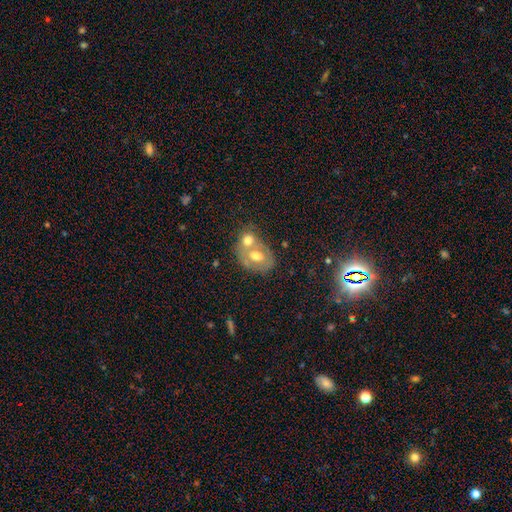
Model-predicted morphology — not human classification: The model was most divided on "smooth or featured": featured or disk: 44%, smooth: 40%, star or artifact: 16%. More confident: merging — merger (53%).